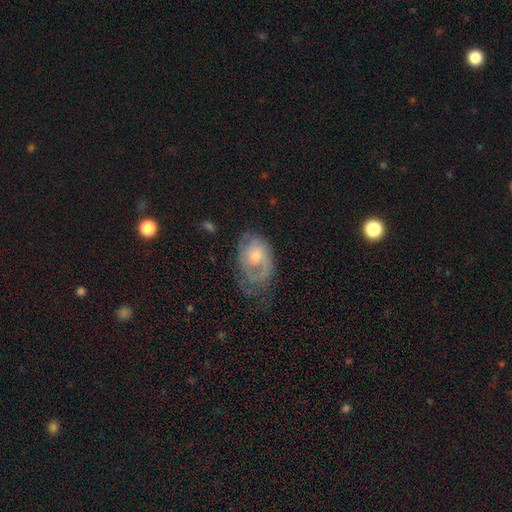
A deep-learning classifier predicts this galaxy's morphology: type=featured or disk (68%); edge-on=no (96%); bar=no (74%); spiral arms=yes (80%); winding=tight (47%); arm count=2 (33%); bulge=moderate (49%); merging=none (46%).